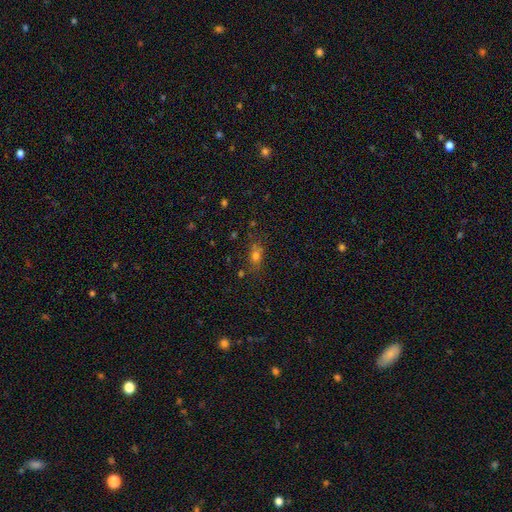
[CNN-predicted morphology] Overall: smooth (64%). How rounded: in between (49%; round 45%). Merging: none (65%).